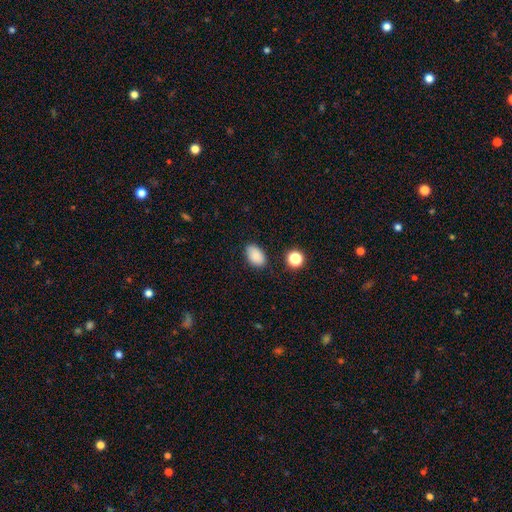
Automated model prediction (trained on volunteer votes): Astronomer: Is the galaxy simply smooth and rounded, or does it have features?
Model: smooth — 86%.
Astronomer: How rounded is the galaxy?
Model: in between — 90%.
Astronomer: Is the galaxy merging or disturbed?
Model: none — 83%.